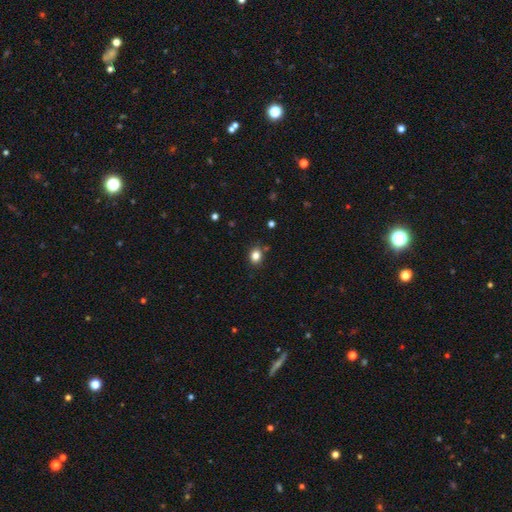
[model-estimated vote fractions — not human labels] Smooth or featured?
  - smooth: 83% *
  - star or artifact: 11%
  - featured or disk: 5%
How rounded?
  - round: 53% *
  - in between: 46%
  - cigar-shaped: 1%
Merging?
  - none: 83% *
  - minor disturbance: 12%
  - merger: 3%
  - major disturbance: 3%